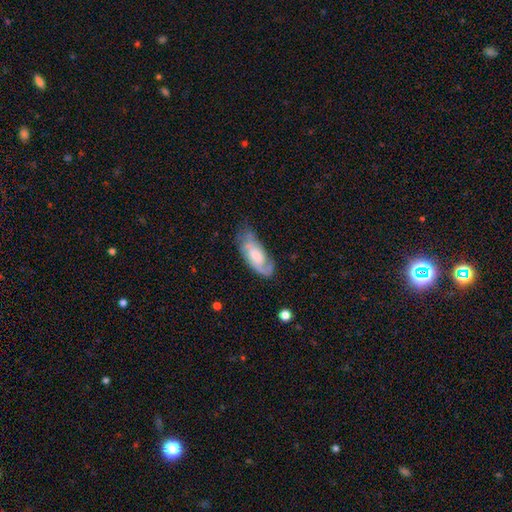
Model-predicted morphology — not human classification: A featured or disk galaxy (64%) with no bar (63%), 1 (41%) medium (42%) spiral arms (86%) and a moderate central bulge (29%).

Vote fractions:
- Smooth or featured? featured or disk: 64% / smooth: 30% / star or artifact: 6%
- Edge-on disk? no: 92% / yes: 8%
- Bar? no: 63% / weak: 31% / strong: 6%
- Spiral arms? yes: 86% / no: 14%
- Spiral winding? medium: 42% / tight: 35% / loose: 22%
- Spiral arm count? 1: 41% / 2: 38% / can't tell: 17% / 3: 2% / 4: 1% / more than 4: 1%
- Bulge size? moderate: 29% / large: 28% / none: 21% / small: 18% / dominant: 3%
- Merging? none: 51% / minor disturbance: 28% / major disturbance: 18% / merger: 3%